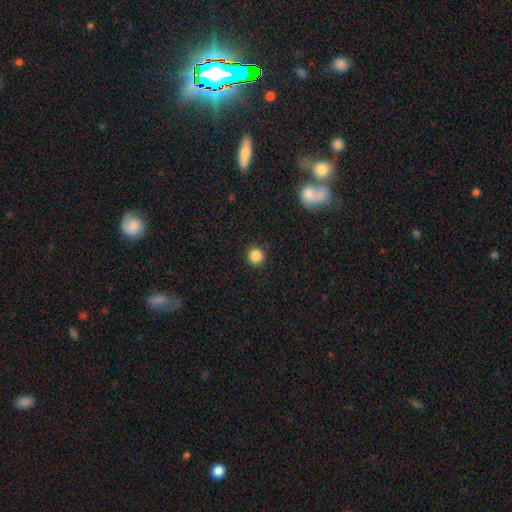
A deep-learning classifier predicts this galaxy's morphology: Smooth or featured? smooth (86%)
How rounded? round (93%)
Merging? none (91%)